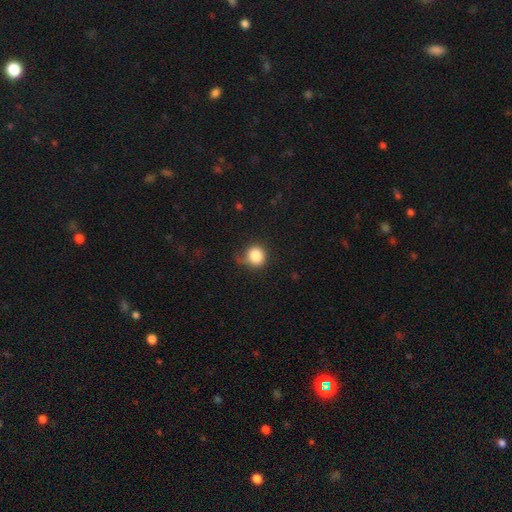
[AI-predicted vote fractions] smooth 85%, star or artifact 9%, featured or disk 6%. Down the decision tree: how rounded — round (86%); merging — none (59%).